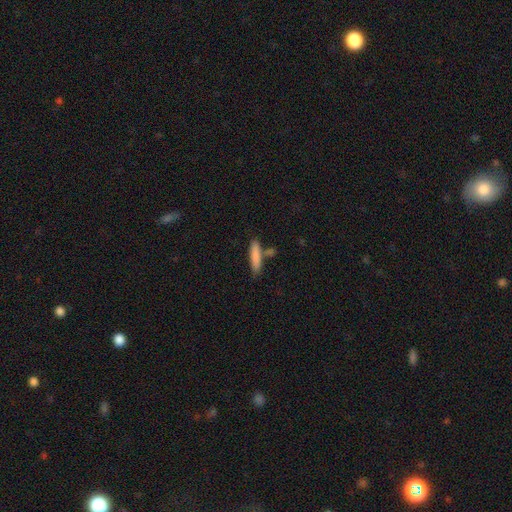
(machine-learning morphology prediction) Q: Smooth or featured?
A: smooth (83%); runner-up: featured or disk (11%)
Q: How rounded?
A: cigar-shaped (81%); runner-up: in between (17%)
Q: Merging?
A: none (73%); runner-up: minor disturbance (13%)